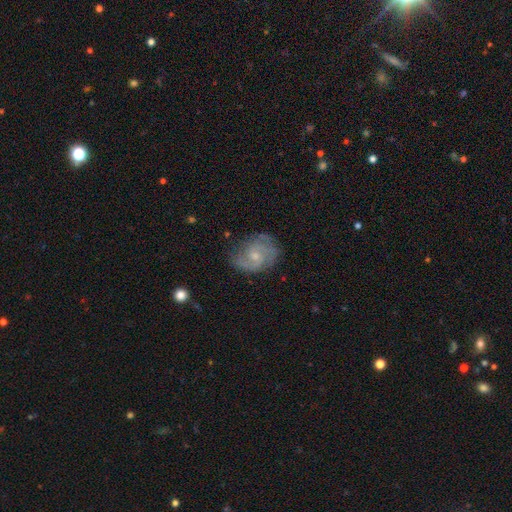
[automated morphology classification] The model was most divided on "spiral winding": medium: 47%, tight: 34%, loose: 19%. More confident: edge-on disk — no (98%); spiral arms — yes (92%); smooth or featured — featured or disk (75%); merging — none (67%); bar — no (64%); bulge size — small (62%); spiral arm count — 2 (59%).